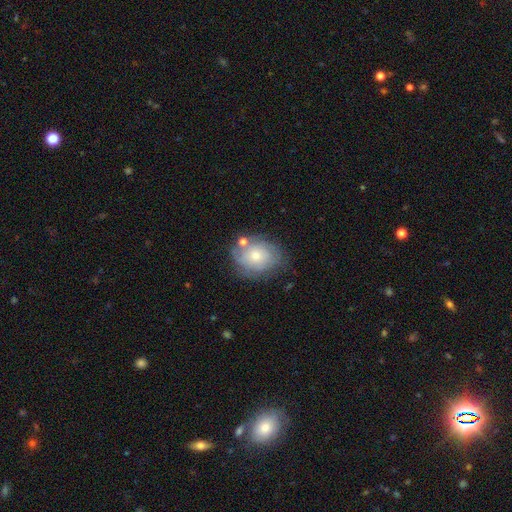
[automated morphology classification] Q: Smooth or featured?
A: featured or disk (48%); runner-up: smooth (43%)
Q: Merging?
A: none (61%); runner-up: minor disturbance (22%)